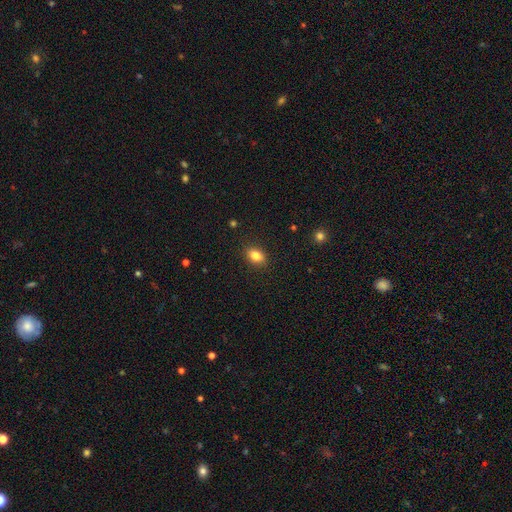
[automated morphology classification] type=smooth (84%); roundness=in between (80%); merging=none (88%).